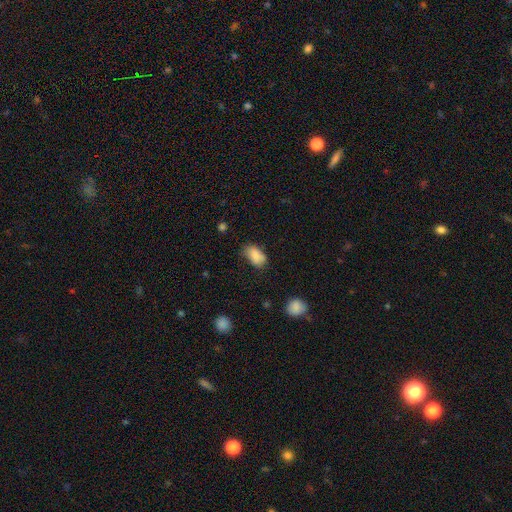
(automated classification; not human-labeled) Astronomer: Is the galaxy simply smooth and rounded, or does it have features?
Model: smooth — 86%.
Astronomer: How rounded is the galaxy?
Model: in between — 91%.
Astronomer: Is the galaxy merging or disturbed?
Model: none — 62%.